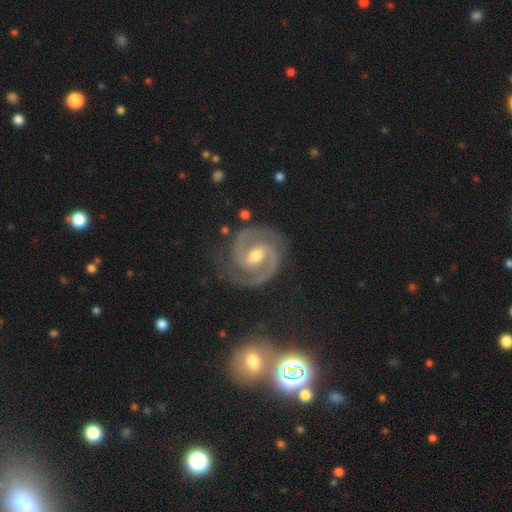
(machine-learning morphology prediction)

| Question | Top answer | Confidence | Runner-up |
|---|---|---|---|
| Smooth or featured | featured or disk | 92% | star or artifact (5%) |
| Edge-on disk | no | 98% | yes (2%) |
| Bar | weak | 46% | strong (32%) |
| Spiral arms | yes | 98% | no (2%) |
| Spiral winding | tight | 52% | medium (43%) |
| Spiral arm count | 2 | 93% | 3 (2%) |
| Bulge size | moderate | 67% | small (28%) |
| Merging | none | 83% | minor disturbance (13%) |